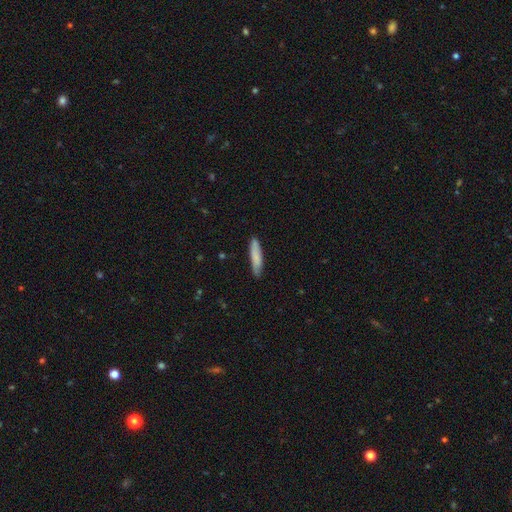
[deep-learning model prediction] A smooth galaxy with no disk features (82%) that is cigar-shaped (83%).

Vote fractions:
- Smooth or featured? smooth: 82% / featured or disk: 13% / star or artifact: 5%
- How rounded? cigar-shaped: 83% / in between: 16% / round: 1%
- Merging? none: 84% / minor disturbance: 13% / major disturbance: 2% / merger: 1%